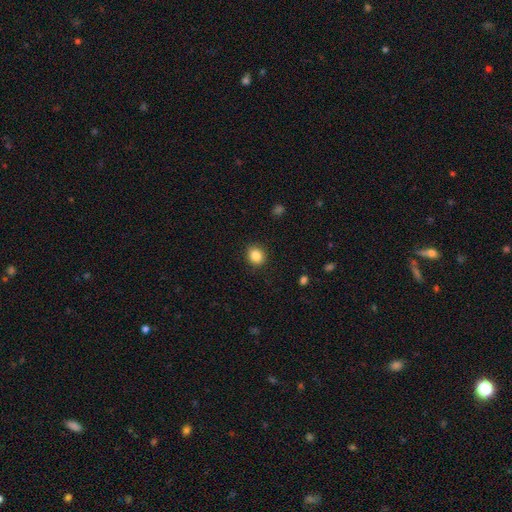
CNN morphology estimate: Smooth or featured? smooth (86%)
How rounded? round (74%)
Merging? none (89%)